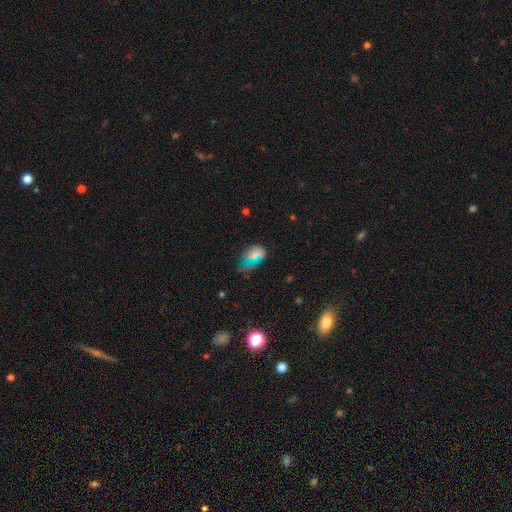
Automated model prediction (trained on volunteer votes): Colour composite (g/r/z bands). It shows a smooth galaxy with no disk features (55%) that is in between round and cigar-shaped (83%). Merging: none (39%).